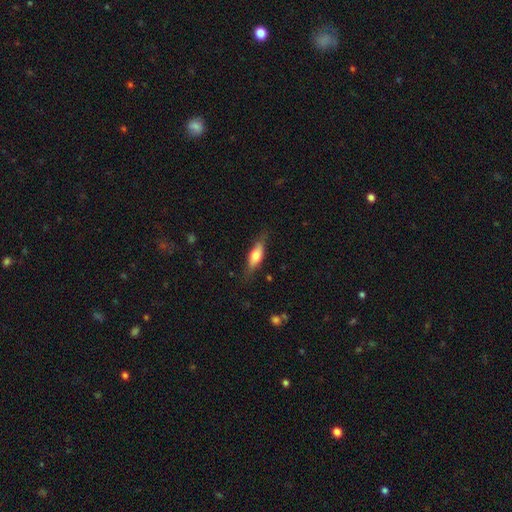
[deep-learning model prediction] This is possibly a smooth galaxy (60%). How rounded: possibly in between (53%). Merging: likely none (77%).